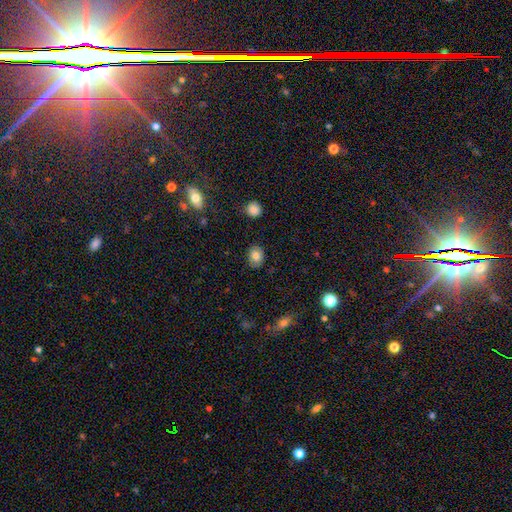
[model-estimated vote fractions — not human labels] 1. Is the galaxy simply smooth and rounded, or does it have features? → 81% smooth, 9% featured or disk, 9% star or artifact.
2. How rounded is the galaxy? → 55% in between, 44% round, 1% cigar-shaped.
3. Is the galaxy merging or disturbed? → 86% none, 10% minor disturbance, 2% major disturbance, 1% merger.